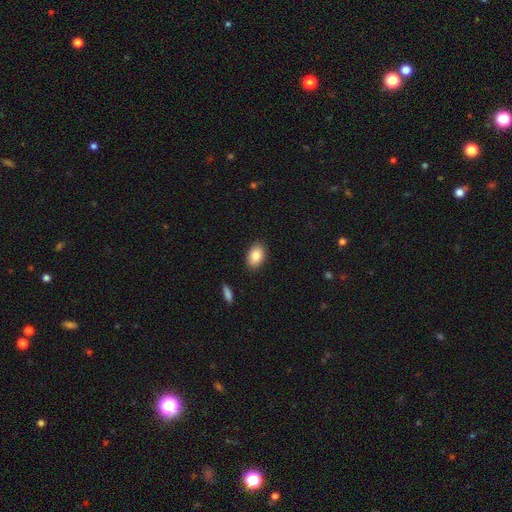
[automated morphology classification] This is clearly a smooth galaxy (85%). How rounded: clearly in between (88%). Merging: clearly none (88%).